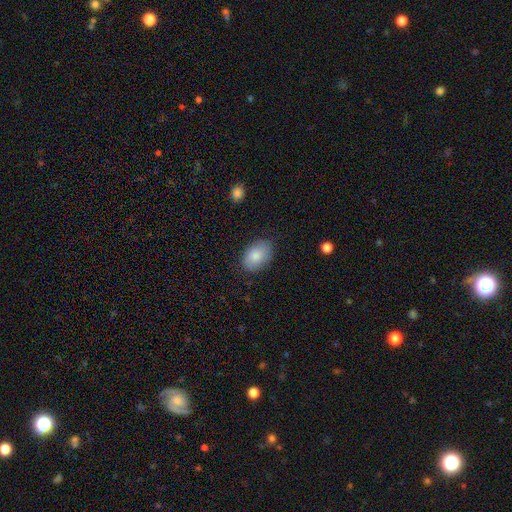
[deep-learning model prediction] Smooth or featured: smooth — 85% (featured or disk — 9%)
How rounded: in between — 89% (round — 10%)
Merging: none — 81% (minor disturbance — 15%)